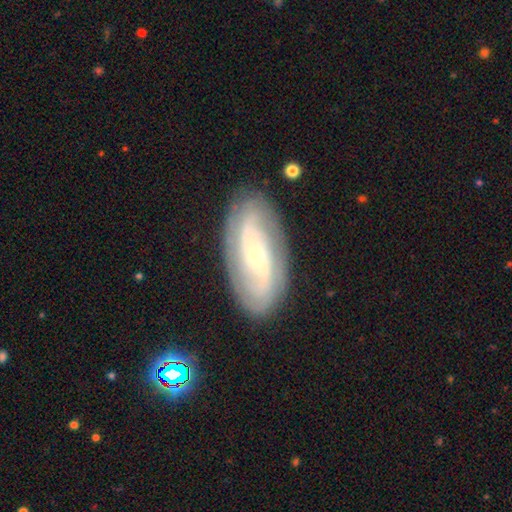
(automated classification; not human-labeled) Smooth or featured? Predicted: featured or disk (p=0.79). Edge-on disk? Predicted: no (p=0.93). Bar? Predicted: no (p=0.62). Spiral arms? Predicted: yes (p=0.90). Spiral winding? Predicted: tight (p=0.56). Spiral arm count? Predicted: 2 (p=0.45). Bulge size? Predicted: small (p=0.72). Merging? Predicted: none (p=0.83).